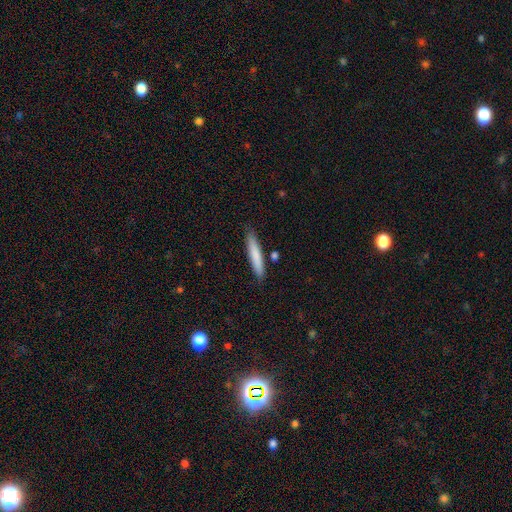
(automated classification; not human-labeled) Q: Smooth or featured?
A: smooth (78%); runner-up: featured or disk (16%)
Q: How rounded?
A: cigar-shaped (92%); runner-up: in between (7%)
Q: Merging?
A: none (84%); runner-up: minor disturbance (11%)